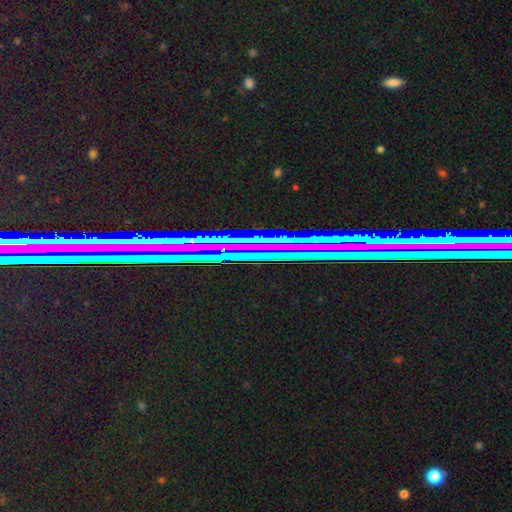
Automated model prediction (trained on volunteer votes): A star or artifact, not a galaxy (70%).

Vote fractions:
- Smooth or featured? star or artifact: 70% / featured or disk: 17% / smooth: 12%